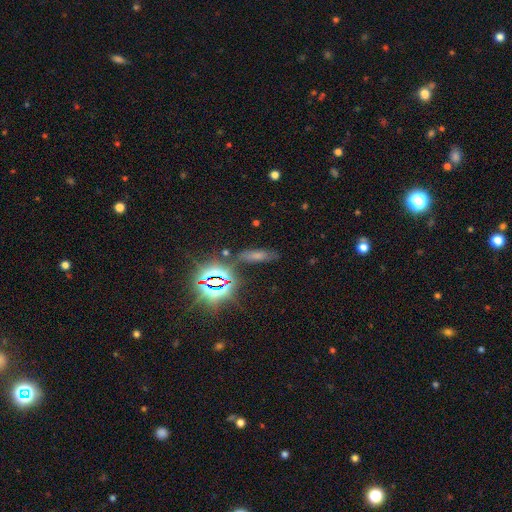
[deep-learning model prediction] A smooth galaxy with no disk features (47%).

Vote fractions:
- Smooth or featured? smooth: 47% / star or artifact: 37% / featured or disk: 16%
- Merging? none: 72% / minor disturbance: 16% / major disturbance: 6% / merger: 5%